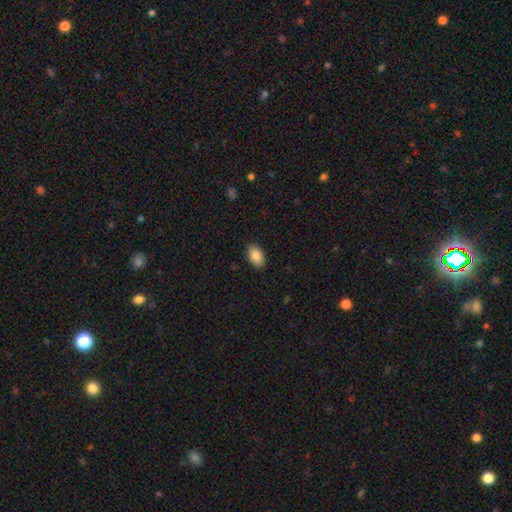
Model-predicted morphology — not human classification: This appears to be a smooth galaxy with no disk features (87%) that is in between round and cigar-shaped (93%). Merging: none (87%).